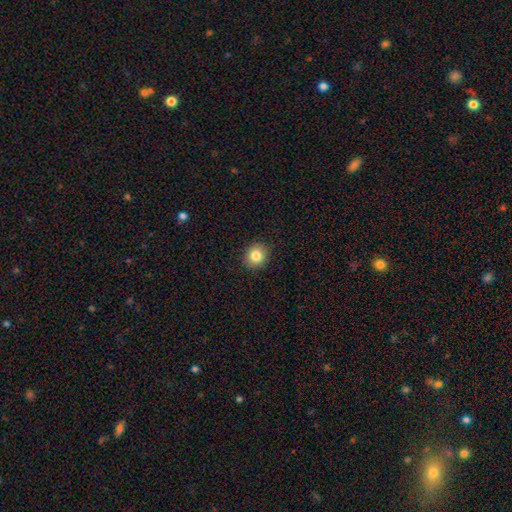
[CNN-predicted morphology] Overall: smooth (83%). How rounded: round (81%). Merging: none (91%).